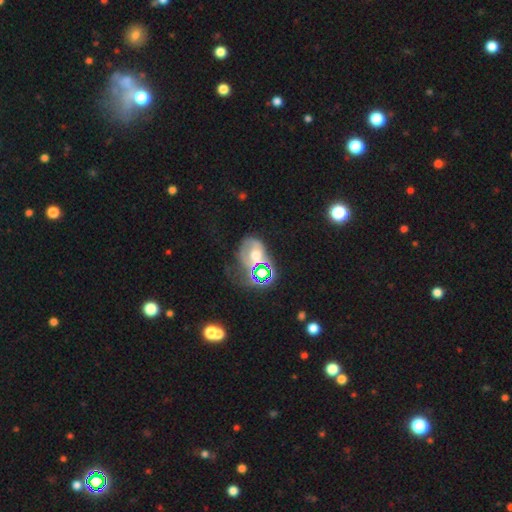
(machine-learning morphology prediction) Smooth or featured? Predicted: featured or disk (p=0.42). Merging? Predicted: none (p=0.35).